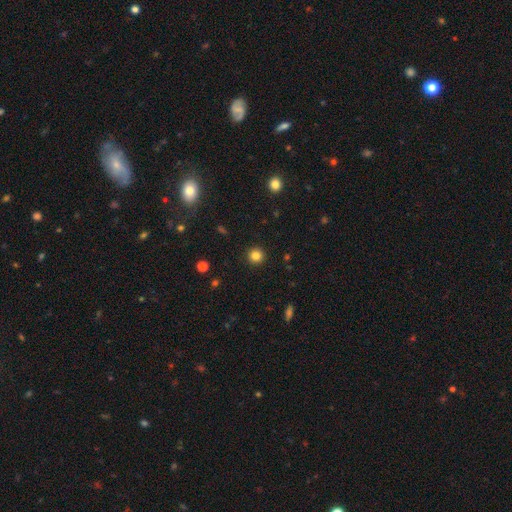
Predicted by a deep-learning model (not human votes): The model was most divided on "smooth or featured": smooth: 83%, star or artifact: 12%, featured or disk: 5%. More confident: how rounded — round (95%); merging — none (93%).